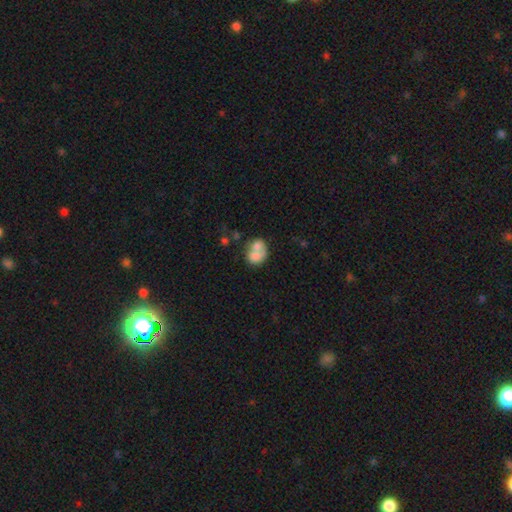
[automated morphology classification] Overall: smooth (66%; featured or disk 26%). How rounded: round (50%; in between 49%). Merging: merger (63%).